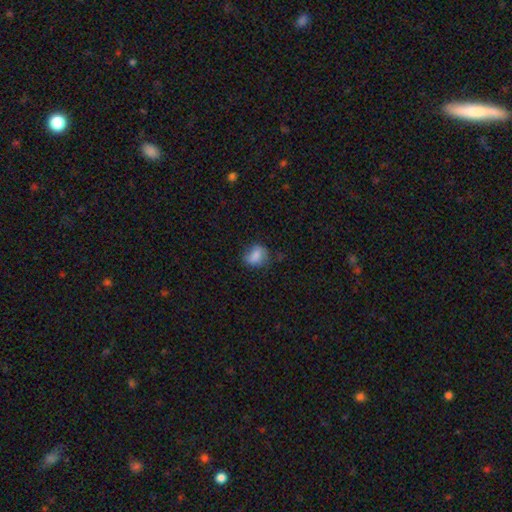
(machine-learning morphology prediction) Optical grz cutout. It shows a smooth galaxy with no disk features (78%) that is in between round and cigar-shaped (52%). Merging: none (62%).